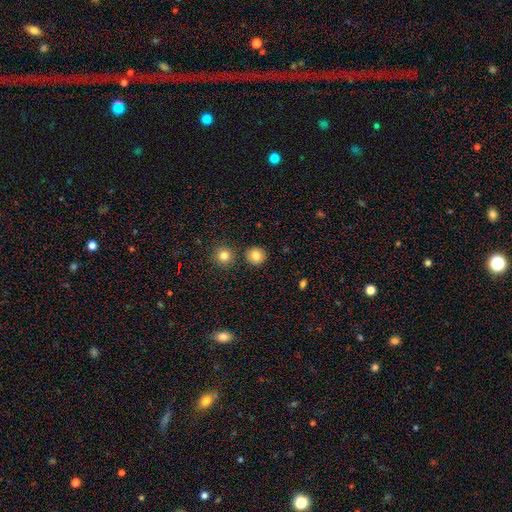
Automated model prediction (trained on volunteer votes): smooth_or_featured: smooth (p=0.84) [alt: star or artifact p=0.10]
how_rounded: round (p=0.93) [alt: in between p=0.06]
merging: none (p=0.87) [alt: minor disturbance p=0.06]